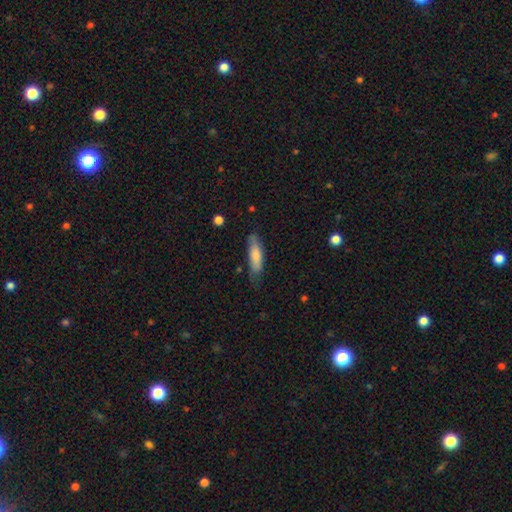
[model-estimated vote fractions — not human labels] A smooth galaxy with no disk features (77%) that is cigar-shaped (61%). Merging: none (69%).